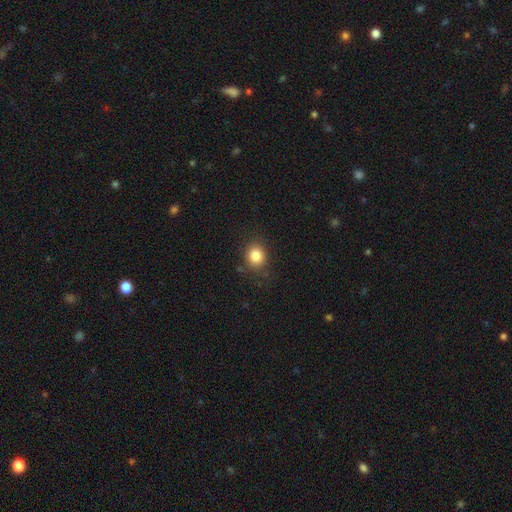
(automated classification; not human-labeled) This appears to be a smooth galaxy with no disk features (84%) that is round (73%). Merging: none (82%).